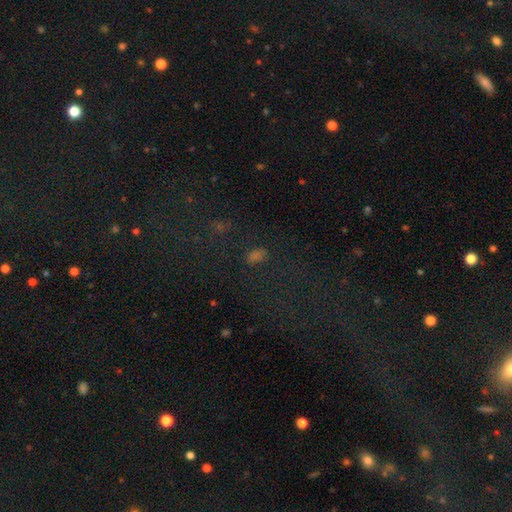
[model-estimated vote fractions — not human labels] The model was most divided on "smooth or featured": smooth: 51%, star or artifact: 39%, featured or disk: 9%. More confident: how rounded — in between (81%); merging — none (73%).